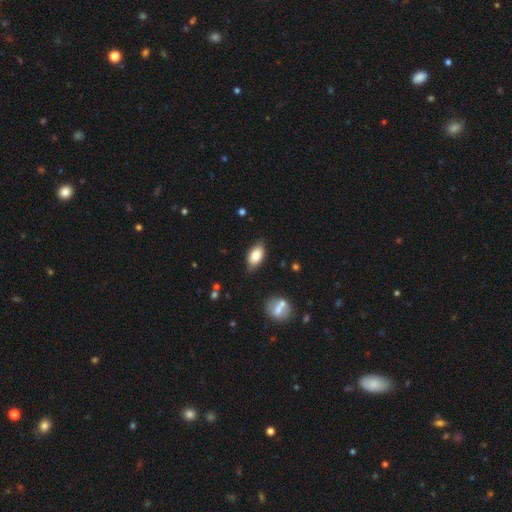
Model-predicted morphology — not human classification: A smooth galaxy with no disk features (78%) that is in between round and cigar-shaped (90%). Merging: none (77%).